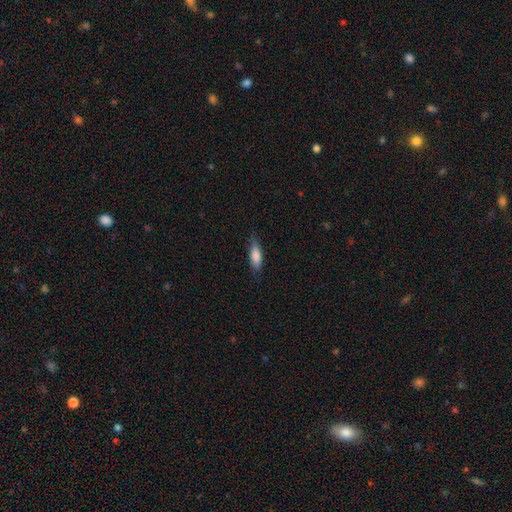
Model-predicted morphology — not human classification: Smooth or featured: smooth — 81% (featured or disk — 13%)
How rounded: in between — 50% (cigar-shaped — 48%)
Merging: none — 79% (minor disturbance — 17%)